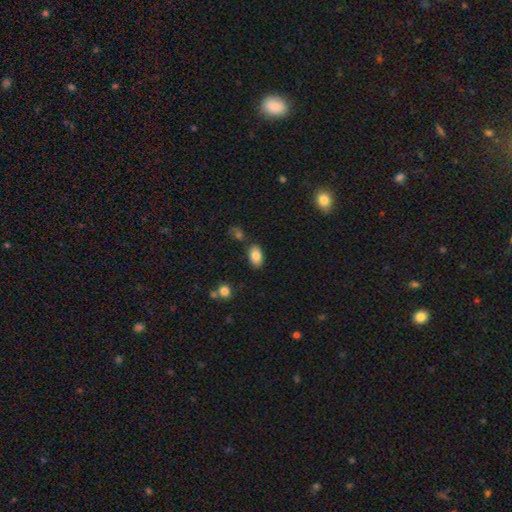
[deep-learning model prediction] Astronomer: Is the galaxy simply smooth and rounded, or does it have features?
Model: smooth — 84%.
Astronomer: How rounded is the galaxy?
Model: in between — 91%.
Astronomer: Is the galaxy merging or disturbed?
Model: none — 80%.